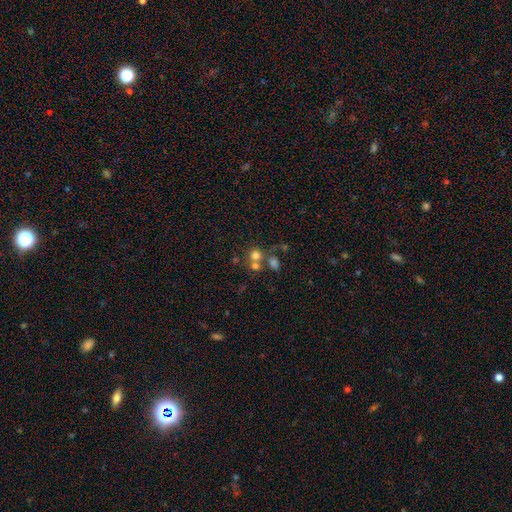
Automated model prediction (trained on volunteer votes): Overall: smooth (67%). How rounded: round (86%). Merging: none (45%; merger 42%).